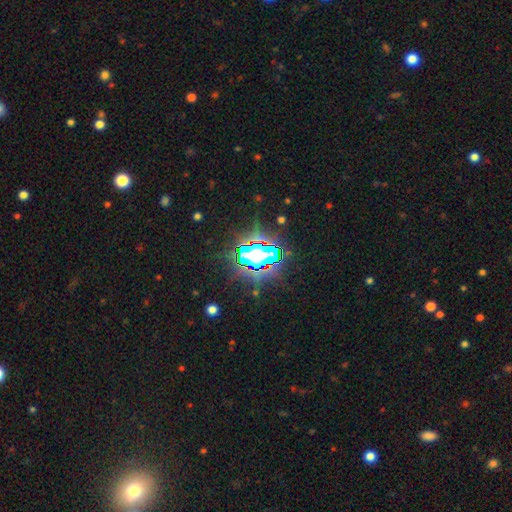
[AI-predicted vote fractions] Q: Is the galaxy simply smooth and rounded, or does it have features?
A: star or artifact — 70%.